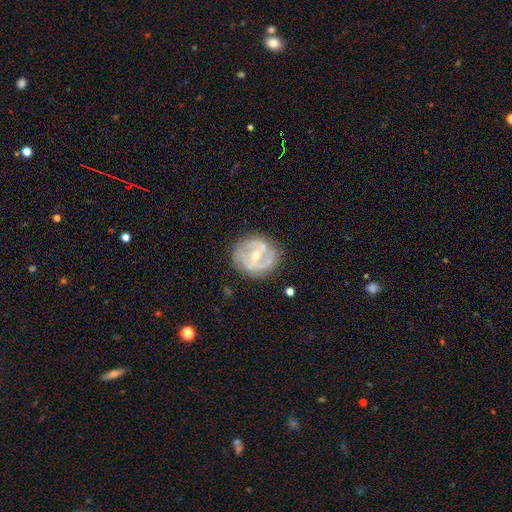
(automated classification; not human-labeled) This is likely a featured or disk galaxy (80%). It is clearly not viewed edge-on (96%). Bar: marginally weak (42%). Spiral arm pattern: likely yes (78%). Spiral arm count: likely 2 (68%). Spiral winding: marginally medium (44%). Central bulge: possibly small (56%). Merging: likely none (75%).